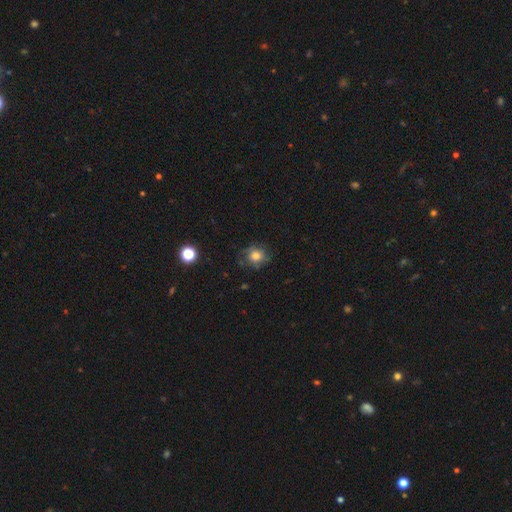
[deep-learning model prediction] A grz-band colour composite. It shows a smooth galaxy with no disk features (70%) that is round (79%). Merging: none (68%).